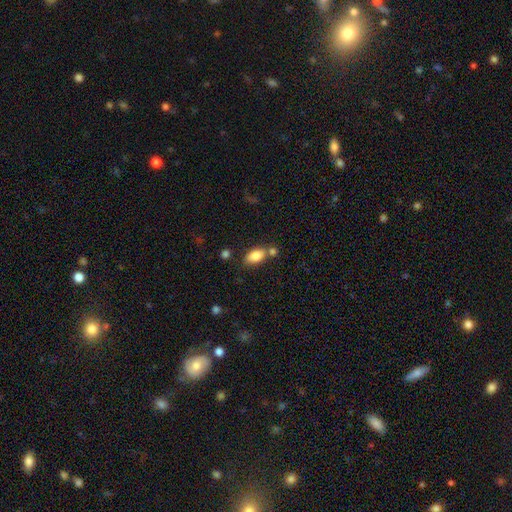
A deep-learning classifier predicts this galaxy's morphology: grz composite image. It shows a smooth galaxy with no disk features (84%) that is in between round and cigar-shaped (90%). Merging: none (62%).